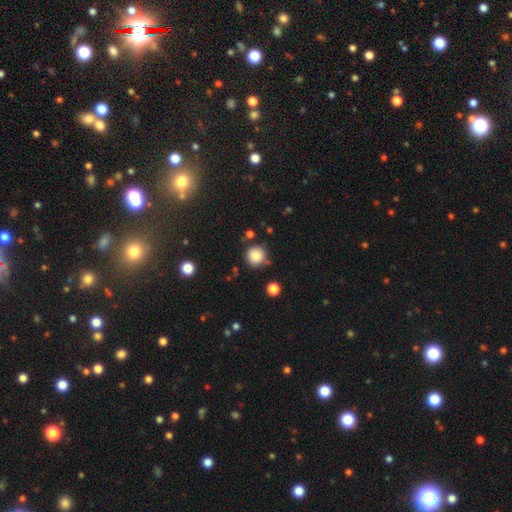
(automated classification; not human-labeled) smooth_or_featured: smooth (p=0.85) [alt: star or artifact p=0.10]
how_rounded: round (p=0.92) [alt: in between p=0.07]
merging: none (p=0.79) [alt: minor disturbance p=0.13]